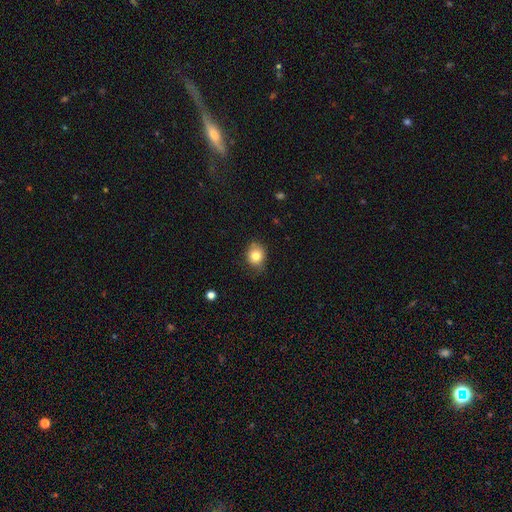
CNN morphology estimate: Overall: smooth (81%). How rounded: round (62%; in between 37%). Merging: none (72%).